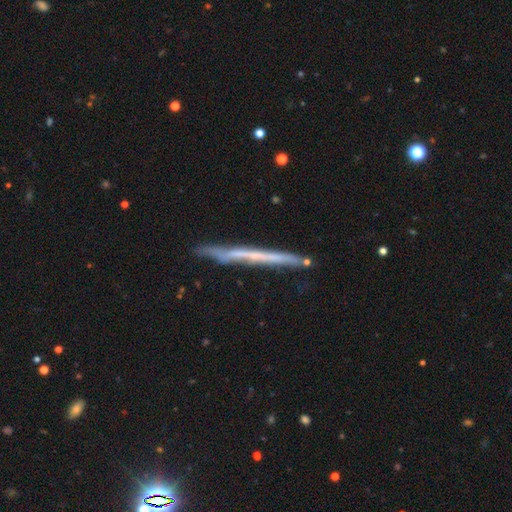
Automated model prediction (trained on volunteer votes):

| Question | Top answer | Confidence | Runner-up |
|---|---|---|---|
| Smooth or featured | featured or disk | 59% | smooth (34%) |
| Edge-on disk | yes | 96% | no (4%) |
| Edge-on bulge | none | 90% | rounded (7%) |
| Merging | none | 85% | minor disturbance (11%) |